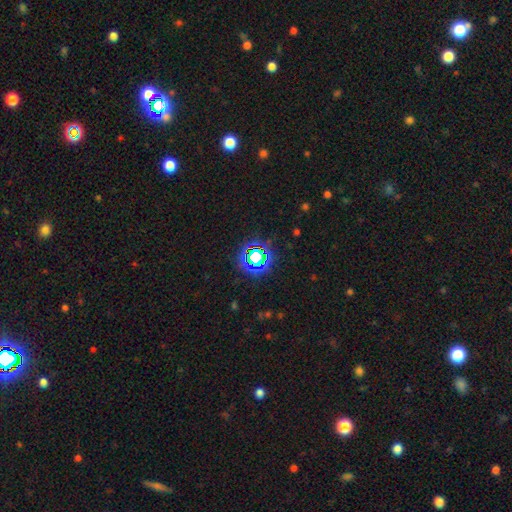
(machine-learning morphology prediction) This appears to be a star or artifact, not a galaxy (72%).